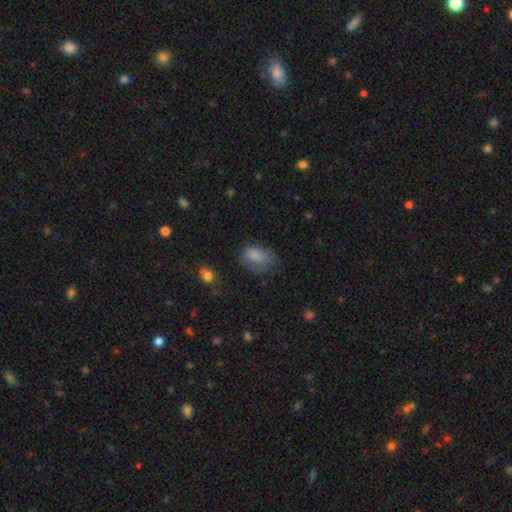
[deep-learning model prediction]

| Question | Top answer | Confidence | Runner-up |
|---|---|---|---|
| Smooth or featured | smooth | 80% | featured or disk (10%) |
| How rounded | in between | 82% | round (17%) |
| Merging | none | 51% | minor disturbance (31%) |